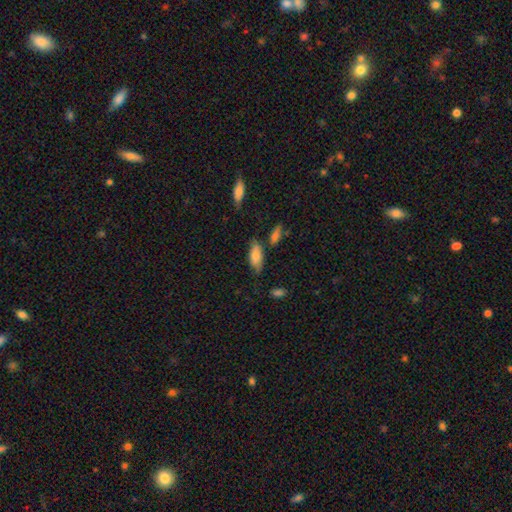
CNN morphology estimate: This appears to be a smooth galaxy with no disk features (75%) that is in between round and cigar-shaped (84%). Merging: none (60%).